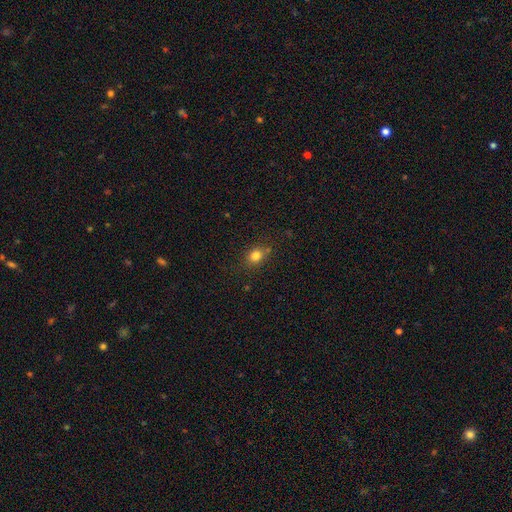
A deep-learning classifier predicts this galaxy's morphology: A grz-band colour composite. It shows a smooth galaxy with no disk features (80%) that is round (59%). Merging: none (75%).